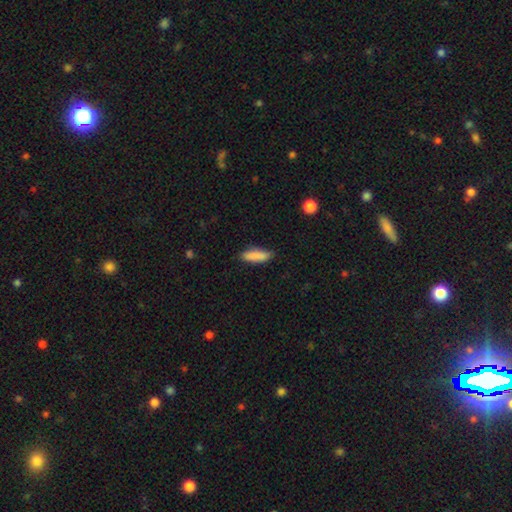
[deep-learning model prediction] Q: Smooth or featured?
A: smooth (87%); runner-up: featured or disk (6%)
Q: How rounded?
A: cigar-shaped (50%); runner-up: in between (49%)
Q: Merging?
A: none (83%); runner-up: minor disturbance (13%)